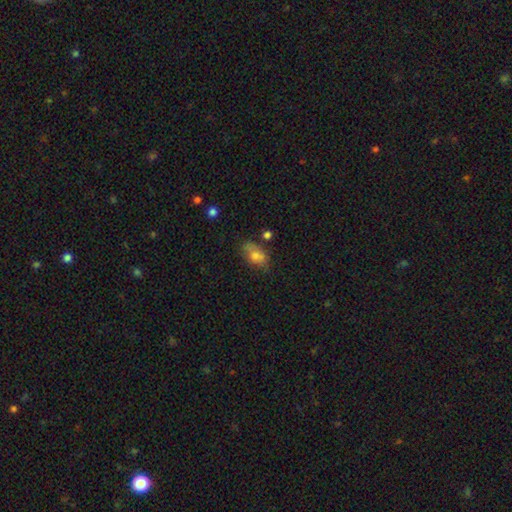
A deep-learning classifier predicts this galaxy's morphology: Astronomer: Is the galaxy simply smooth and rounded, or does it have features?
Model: smooth — 71%.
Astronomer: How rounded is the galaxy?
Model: in between — 88%.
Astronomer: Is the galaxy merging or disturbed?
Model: none — 56%.